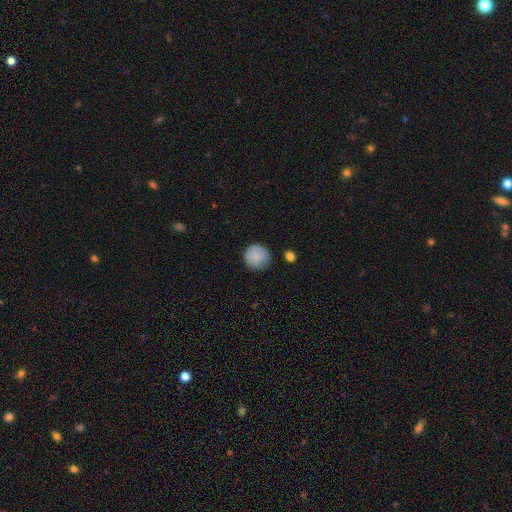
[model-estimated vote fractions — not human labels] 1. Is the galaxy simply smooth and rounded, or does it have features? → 87% smooth, 7% star or artifact, 6% featured or disk.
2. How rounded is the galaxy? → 95% round, 4% in between, 1% cigar-shaped.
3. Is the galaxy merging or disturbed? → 83% none, 12% minor disturbance, 3% major disturbance, 2% merger.